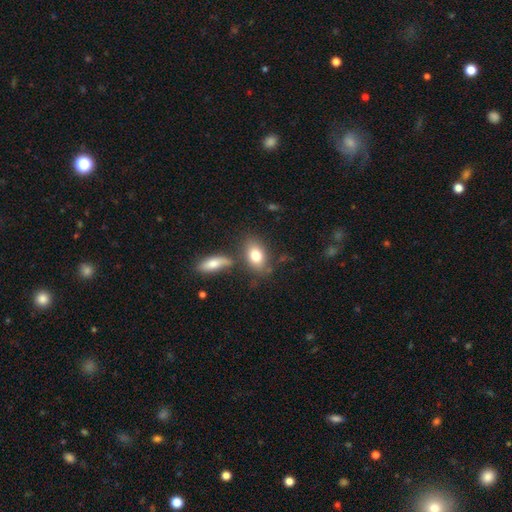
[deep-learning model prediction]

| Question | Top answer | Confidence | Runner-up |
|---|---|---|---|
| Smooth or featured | smooth | 79% | featured or disk (13%) |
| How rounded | in between | 84% | round (13%) |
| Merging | none | 64% | merger (18%) |